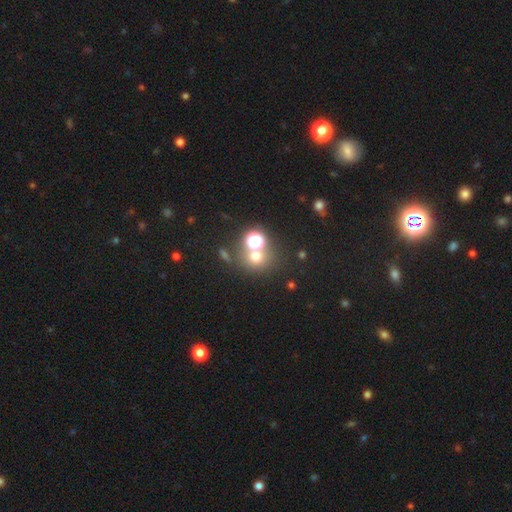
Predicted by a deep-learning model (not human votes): Smooth or featured?
  - smooth: 59% *
  - star or artifact: 30%
  - featured or disk: 11%
How rounded?
  - round: 83% *
  - in between: 16%
  - cigar-shaped: 1%
Merging?
  - none: 64% *
  - merger: 23%
  - minor disturbance: 9%
  - major disturbance: 5%